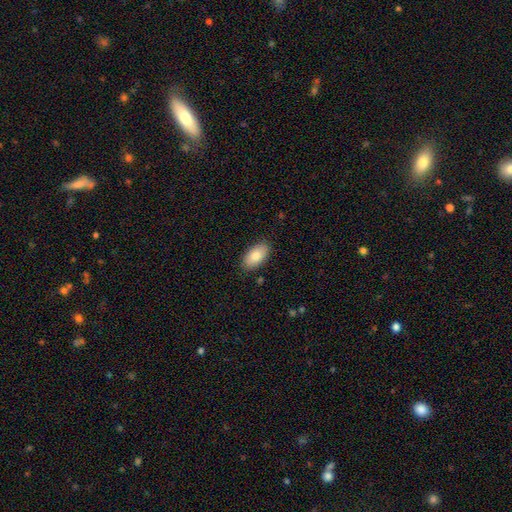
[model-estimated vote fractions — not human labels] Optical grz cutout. It shows a smooth galaxy with no disk features (84%) that is in between round and cigar-shaped (94%). Merging: none (86%).